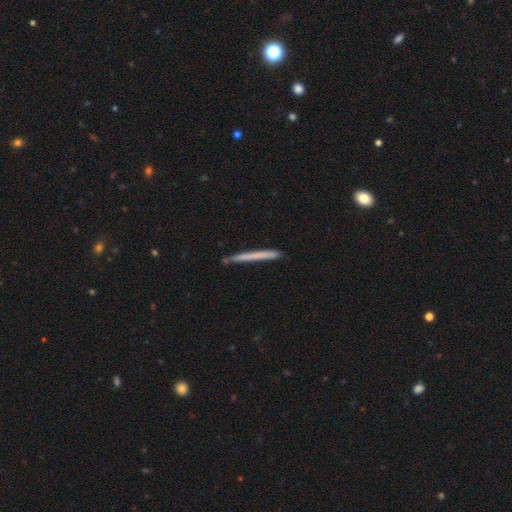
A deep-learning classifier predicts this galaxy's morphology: Smooth or featured? smooth (62%)
How rounded? cigar-shaped (97%)
Merging? none (87%)